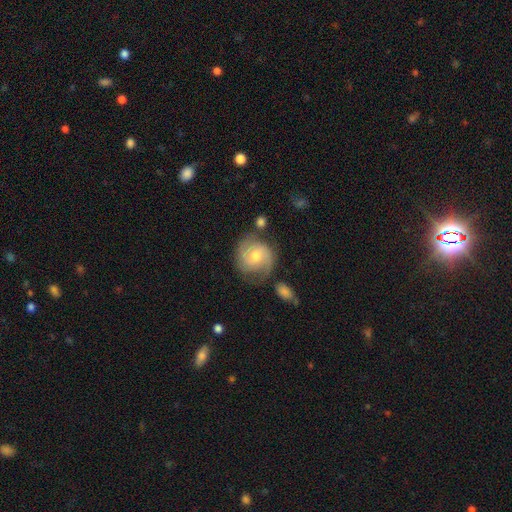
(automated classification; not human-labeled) Smooth or featured? Predicted: featured or disk (p=0.62). Edge-on disk? Predicted: no (p=0.97). Bar? Predicted: no (p=0.61). Spiral arms? Predicted: yes (p=0.89). Spiral winding? Predicted: medium (p=0.42). Spiral arm count? Predicted: 2 (p=0.65). Bulge size? Predicted: moderate (p=0.59). Merging? Predicted: none (p=0.61).